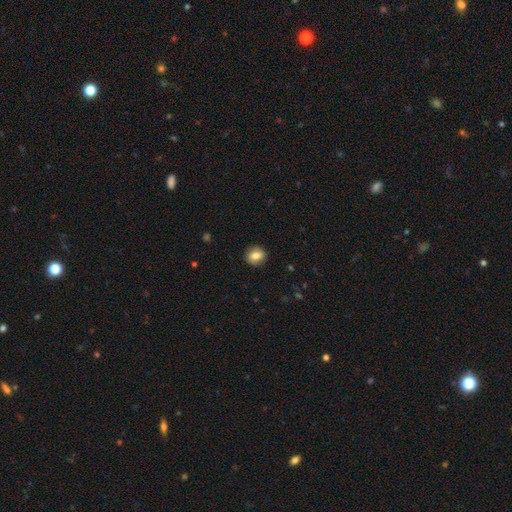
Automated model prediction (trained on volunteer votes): This is likely a smooth galaxy (73%). How rounded: likely round (71%). Merging: clearly none (89%).